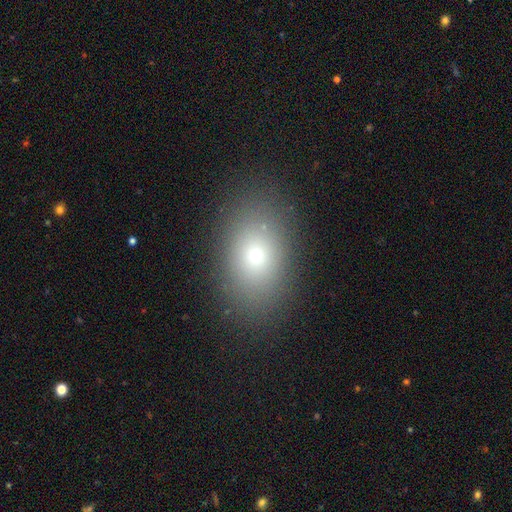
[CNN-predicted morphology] Smooth or featured: smooth — 70% (star or artifact — 16%)
How rounded: in between — 77% (round — 22%)
Merging: none — 85% (minor disturbance — 9%)